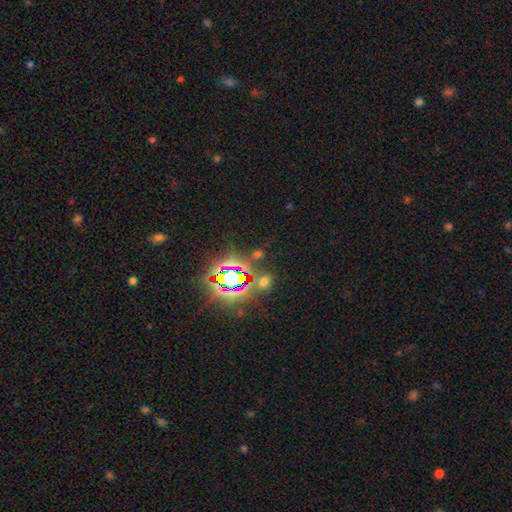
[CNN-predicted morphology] Overall: star or artifact (76%).